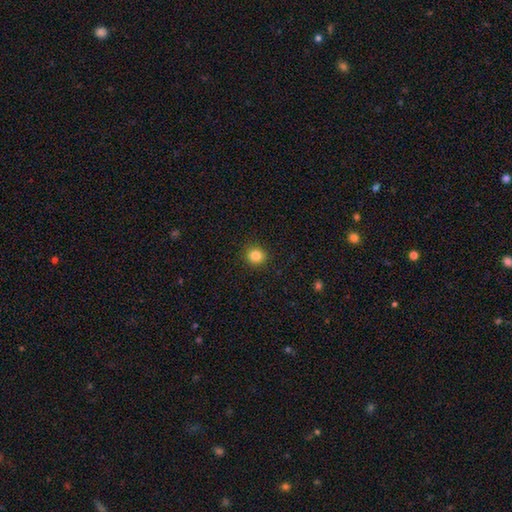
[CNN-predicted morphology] type=smooth (84%); roundness=round (92%); merging=none (92%).